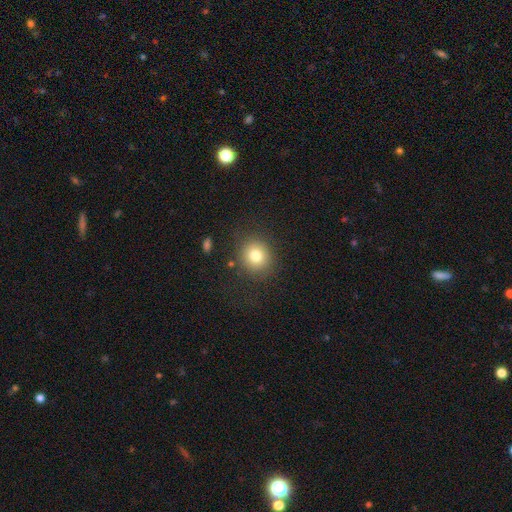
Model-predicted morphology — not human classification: Overall: smooth (79%). How rounded: round (82%). Merging: none (85%).